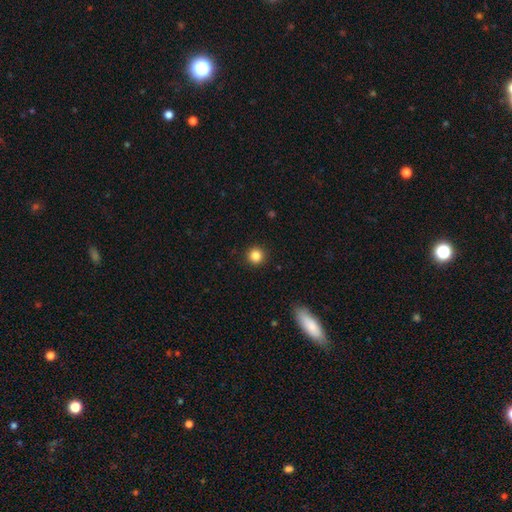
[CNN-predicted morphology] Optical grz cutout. It shows a smooth galaxy with no disk features (85%) that is round (95%). Merging: none (92%).